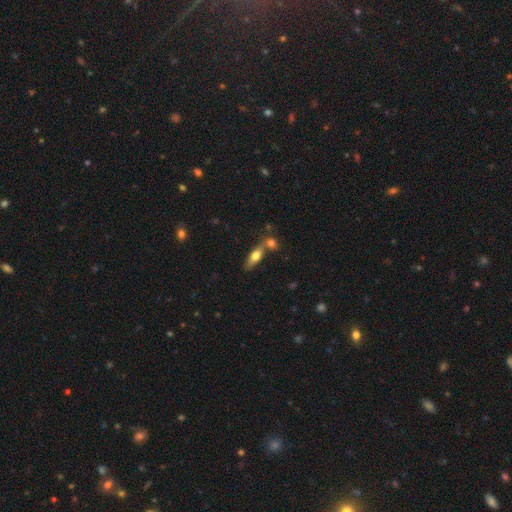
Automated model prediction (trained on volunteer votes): A smooth galaxy with no disk features (62%) that is in between round and cigar-shaped (57%). Merging: none (54%).